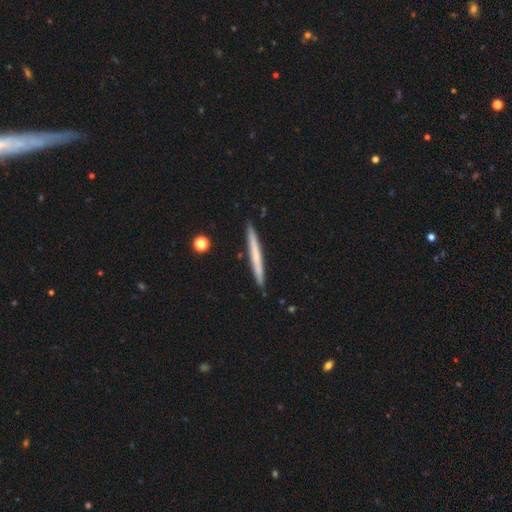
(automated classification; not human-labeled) This appears to be a smooth galaxy with no disk features (56%) that is cigar-shaped (97%). Merging: none (91%).